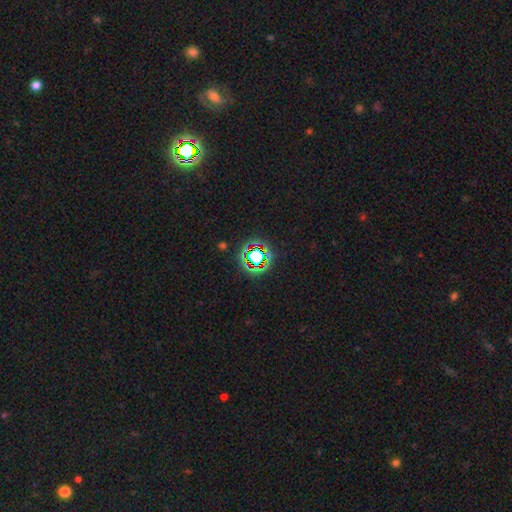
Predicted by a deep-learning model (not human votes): smooth-or-featured: star or artifact: 64% | smooth: 22% | featured or disk: 13%